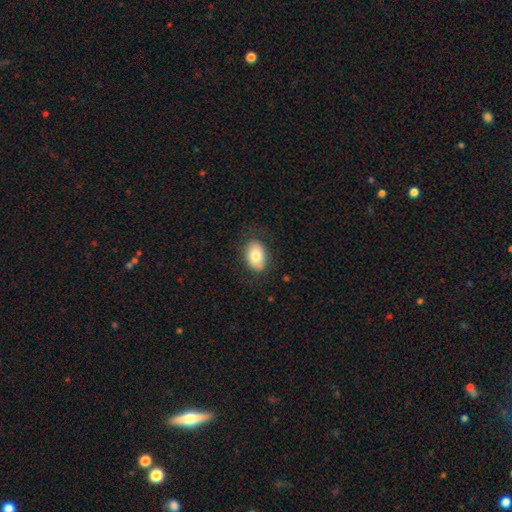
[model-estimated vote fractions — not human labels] smooth 79%, featured or disk 14%, star or artifact 7%. Down the decision tree: how rounded — in between (86%); merging — none (80%).